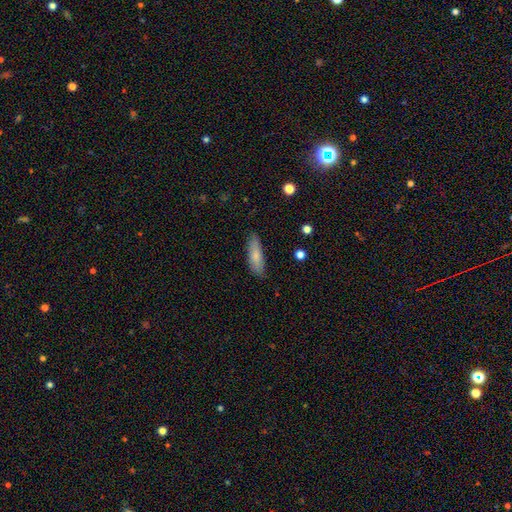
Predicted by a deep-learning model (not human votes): A smooth galaxy with no disk features (79%) that is cigar-shaped (51%). Merging: none (81%).